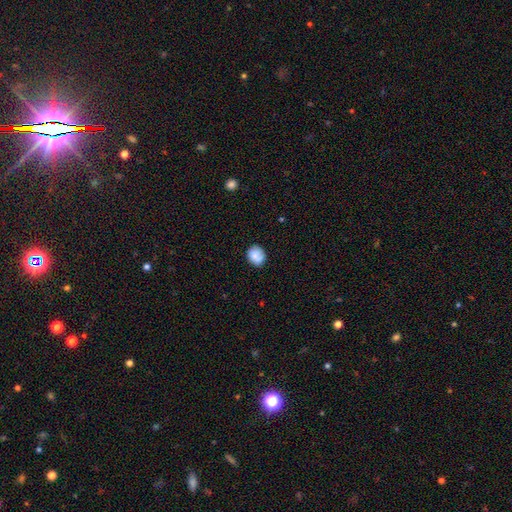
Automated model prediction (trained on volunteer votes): Smooth or featured? Predicted: smooth (p=0.82). How rounded? Predicted: round (p=0.68). Merging? Predicted: none (p=0.75).